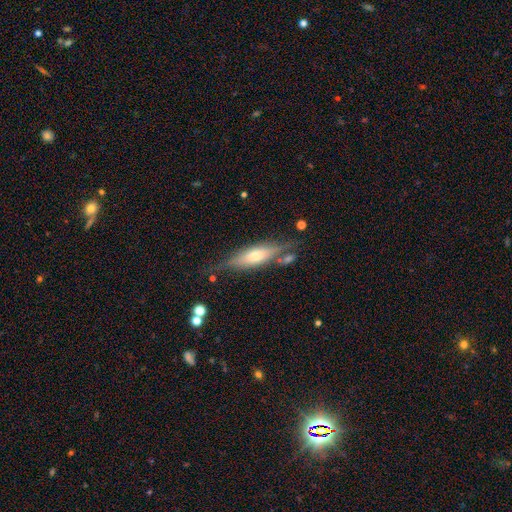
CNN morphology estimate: A featured or disk galaxy (48%).

Vote fractions:
- Smooth or featured? featured or disk: 48% / smooth: 45% / star or artifact: 7%
- Merging? none: 68% / minor disturbance: 19% / major disturbance: 7% / merger: 6%